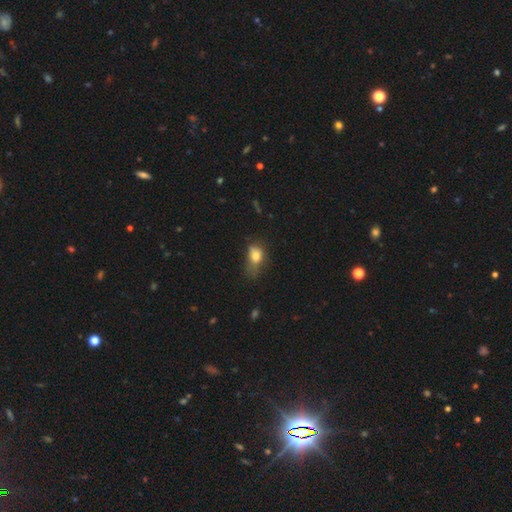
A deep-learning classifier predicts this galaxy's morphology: Overall: smooth (74%). How rounded: in between (70%). Merging: major disturbance (35%, tied with minor disturbance).